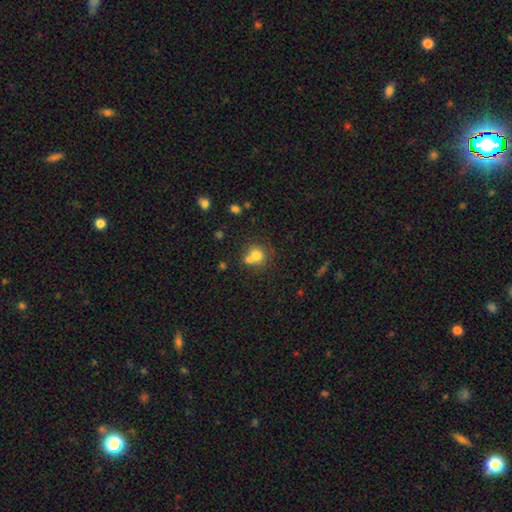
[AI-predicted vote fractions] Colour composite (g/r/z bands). It shows a smooth galaxy with no disk features (72%) that is round (81%). Merging: merger (50%).